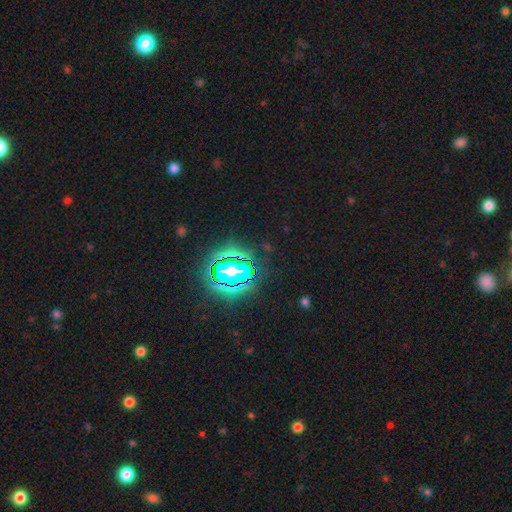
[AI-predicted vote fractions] Smooth or featured? Predicted: star or artifact (p=0.82).